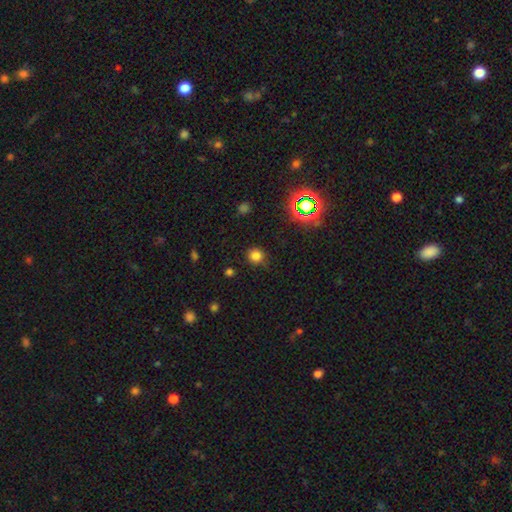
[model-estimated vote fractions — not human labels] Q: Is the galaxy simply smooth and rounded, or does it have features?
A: smooth — 78%.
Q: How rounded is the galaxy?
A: round — 89%.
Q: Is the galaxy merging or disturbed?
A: none — 85%.